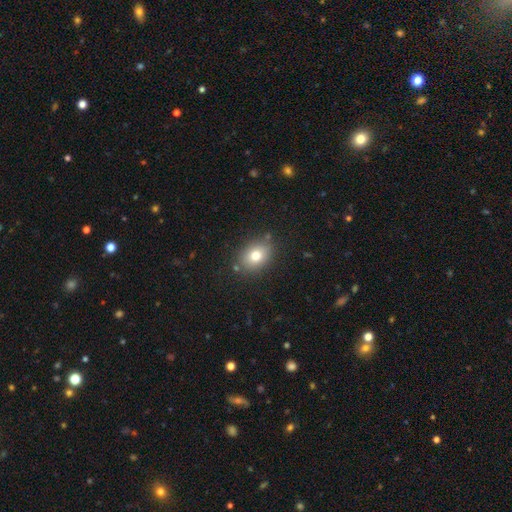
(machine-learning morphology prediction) type=smooth (75%); roundness=in between (58%); merging=none (81%).